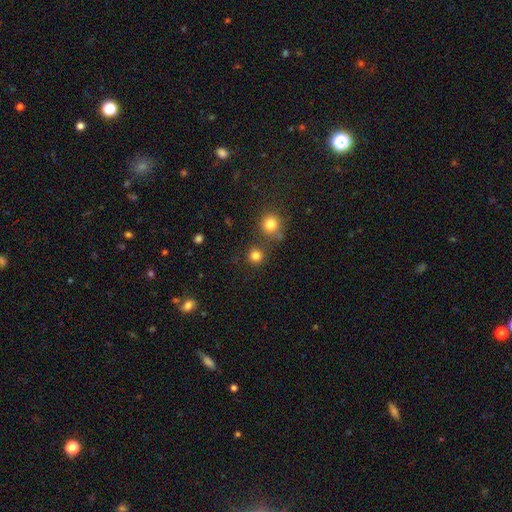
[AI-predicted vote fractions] Q: Smooth or featured?
A: smooth (82%); runner-up: star or artifact (14%)
Q: How rounded?
A: round (93%); runner-up: in between (6%)
Q: Merging?
A: none (82%); runner-up: merger (9%)